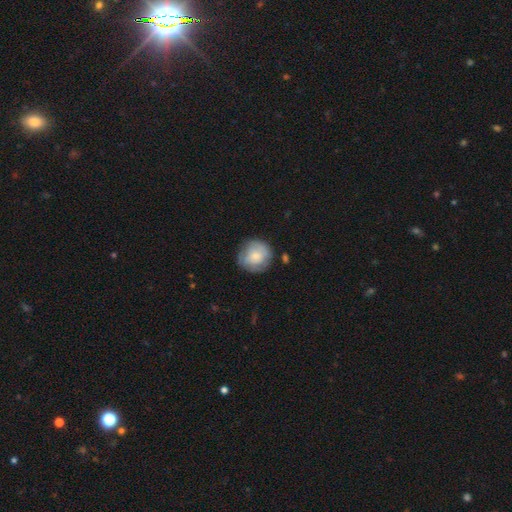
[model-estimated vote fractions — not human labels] smooth 59%, featured or disk 34%, star or artifact 7%. Down the decision tree: how rounded — round (90%); merging — none (73%).